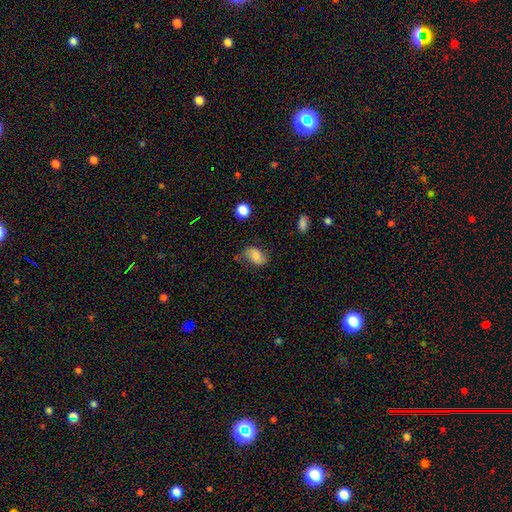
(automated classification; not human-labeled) Q: Smooth or featured?
A: smooth (62%); runner-up: featured or disk (28%)
Q: How rounded?
A: in between (83%); runner-up: round (15%)
Q: Merging?
A: none (58%); runner-up: minor disturbance (28%)